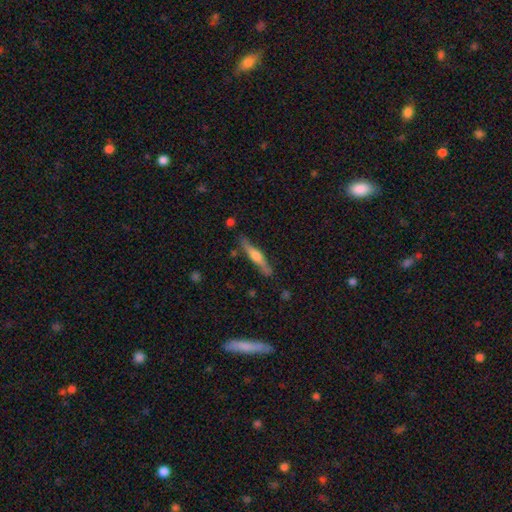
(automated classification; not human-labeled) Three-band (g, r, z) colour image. It shows a featured or disk galaxy (57%) viewed edge-on (95%) with a rounded central bulge (88%). Merging: none (84%).